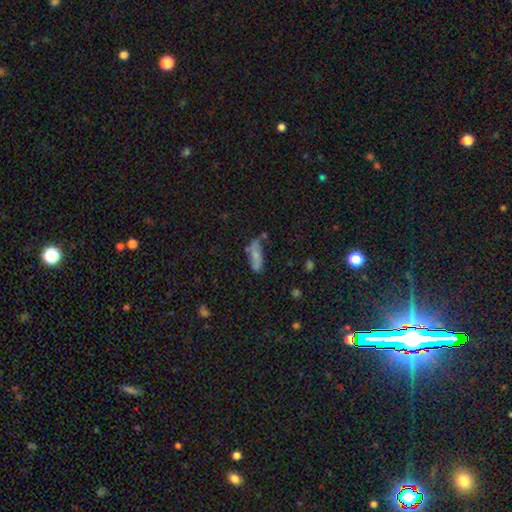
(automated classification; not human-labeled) smooth 65%, featured or disk 24%, star or artifact 11%. Down the decision tree: how rounded — in between (60%); merging — none (44%).